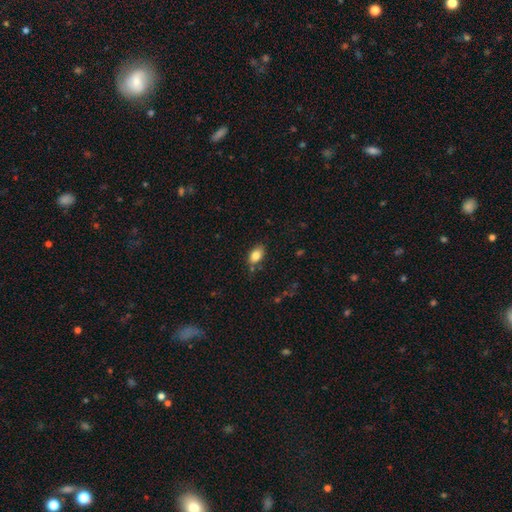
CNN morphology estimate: A smooth galaxy with no disk features (83%) that is in between round and cigar-shaped (88%).

Vote fractions:
- Smooth or featured? smooth: 83% / featured or disk: 9% / star or artifact: 9%
- How rounded? in between: 88% / round: 10% / cigar-shaped: 2%
- Merging? none: 75% / minor disturbance: 17% / merger: 5% / major disturbance: 4%